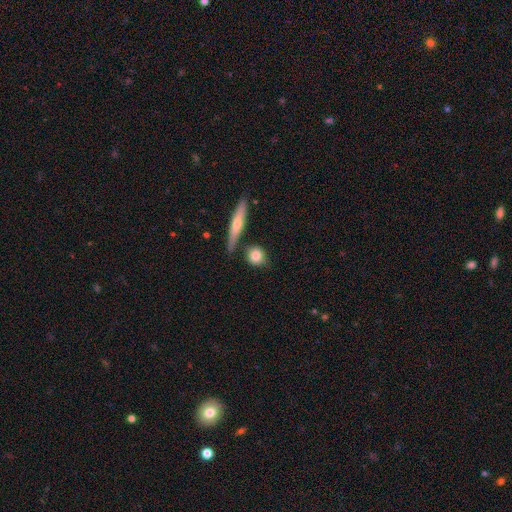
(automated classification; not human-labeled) smooth-or-featured: smooth: 79% | featured or disk: 14% | star or artifact: 7%
  how-rounded: round: 77% | in between: 16% | cigar-shaped: 7%
  merging: none: 75% | minor disturbance: 12% | merger: 10% | major disturbance: 3%